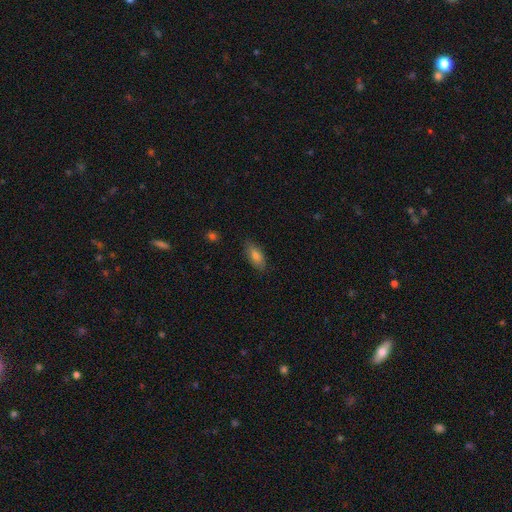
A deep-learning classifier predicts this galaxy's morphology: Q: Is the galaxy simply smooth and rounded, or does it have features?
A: smooth — 79%.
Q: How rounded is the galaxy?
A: in between — 82%.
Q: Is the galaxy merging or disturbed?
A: none — 84%.